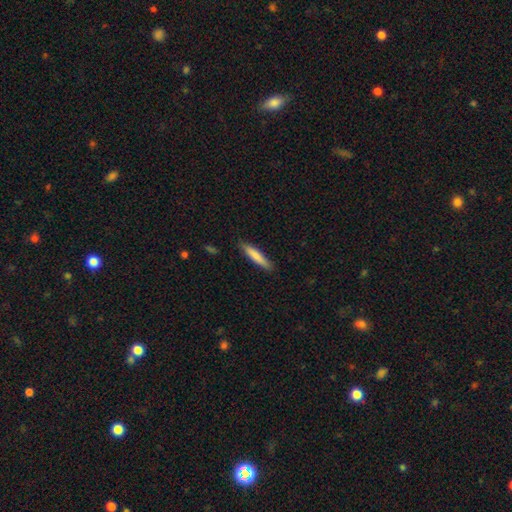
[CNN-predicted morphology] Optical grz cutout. It shows a smooth galaxy with no disk features (80%) that is cigar-shaped (87%). Merging: none (87%).